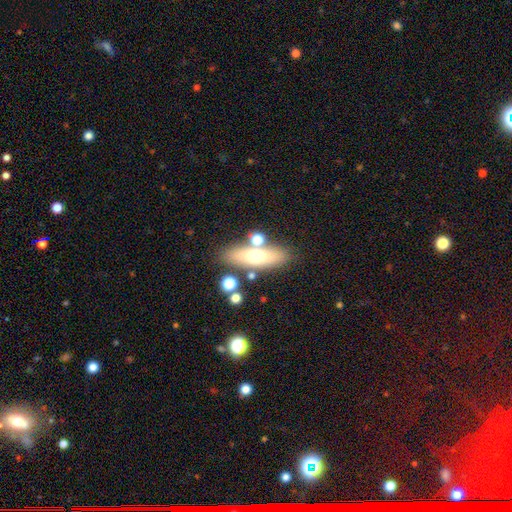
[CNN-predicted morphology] This appears to be a smooth galaxy with no disk features (57%) that is in between round and cigar-shaped (51%). Merging: none (75%).